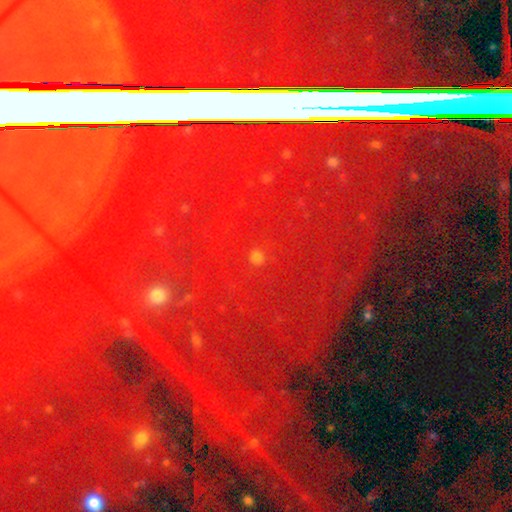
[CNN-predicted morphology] A star or artifact, not a galaxy (83%).

Vote fractions:
- Smooth or featured? star or artifact: 83% / featured or disk: 9% / smooth: 8%